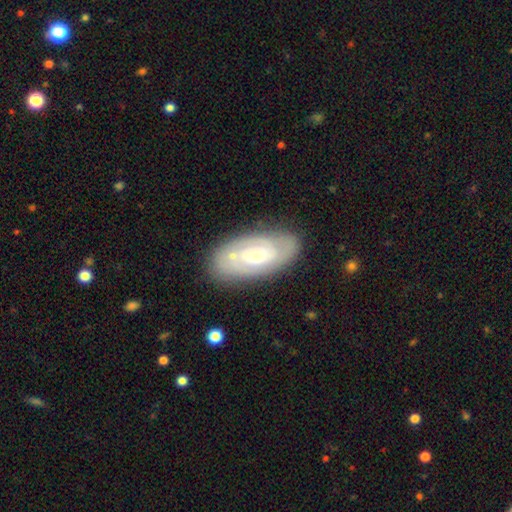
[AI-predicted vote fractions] Morphology: type=featured or disk (70%); edge-on=no (93%); bar=no (63%); spiral arms=yes (79%); winding=tight (62%); arm count=2 (43%); bulge=small (60%); merging=none (77%).